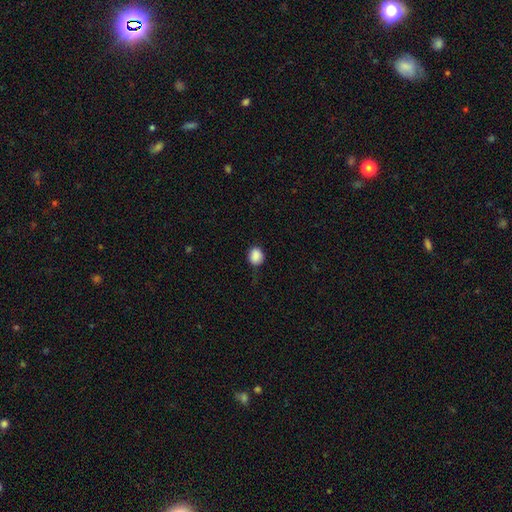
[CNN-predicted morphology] Smooth or featured? Predicted: smooth (p=0.88). How rounded? Predicted: round (p=0.70). Merging? Predicted: none (p=0.72).